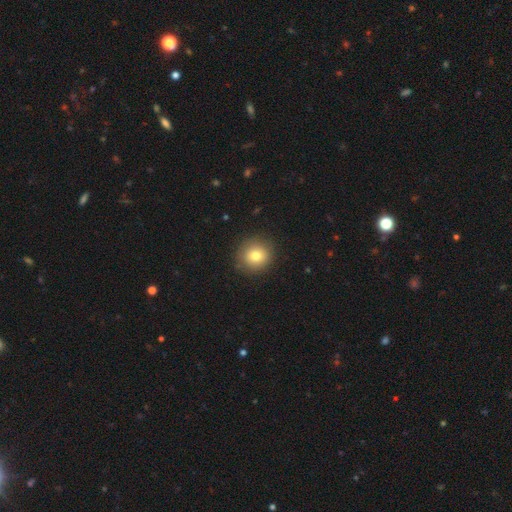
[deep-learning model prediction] A smooth galaxy with no disk features (79%) that is round (91%). Merging: none (89%).